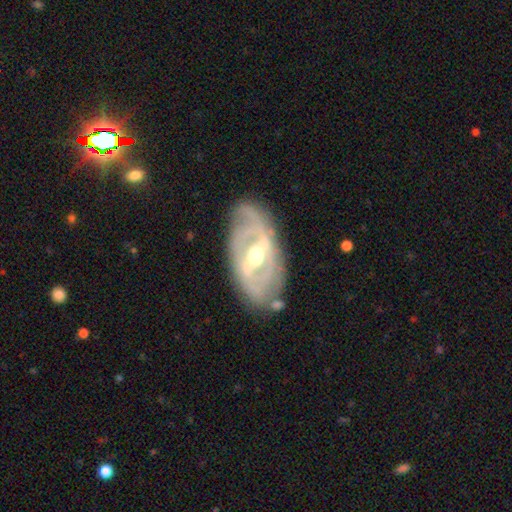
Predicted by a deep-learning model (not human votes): smooth-or-featured: featured or disk: 84% | smooth: 11% | star or artifact: 5%
  disk-edge-on: no: 92% | yes: 8%
    bar: strong: 50% | weak: 35% | no: 15%
    has-spiral-arms: yes: 73% | no: 27%
      spiral-winding: tight: 56% | medium: 32% | loose: 13%
      spiral-arm-count: 2: 51% | can't tell: 30% | 3: 9% | 1: 4% | 4: 3% | more than 4: 3%
    bulge-size: moderate: 75% | small: 16% | large: 7% | dominant: 1% | none: 1%
  merging: none: 75% | minor disturbance: 17% | major disturbance: 6% | merger: 2%